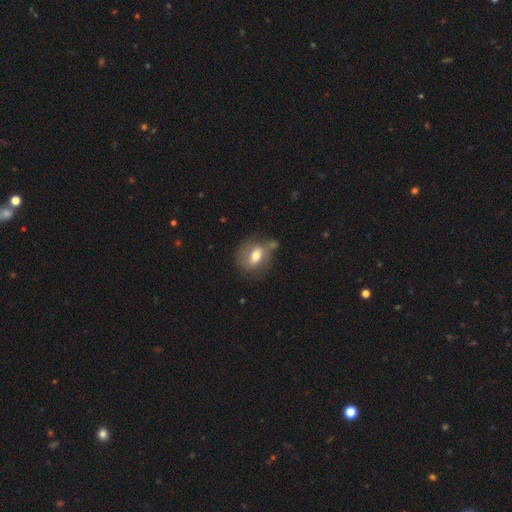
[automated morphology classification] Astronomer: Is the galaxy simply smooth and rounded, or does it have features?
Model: smooth — 62%.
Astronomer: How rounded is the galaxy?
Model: in between — 65%.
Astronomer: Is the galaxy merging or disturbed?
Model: none — 53%.